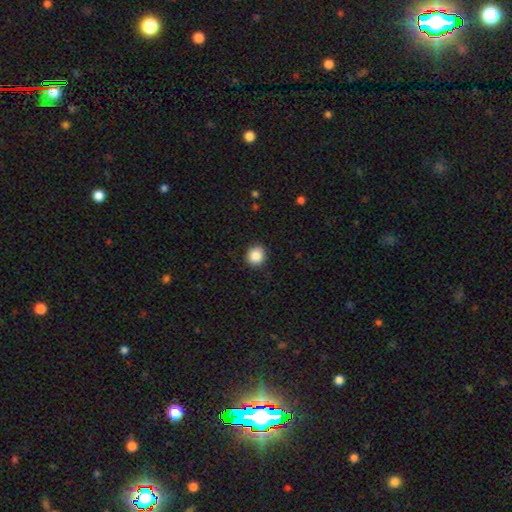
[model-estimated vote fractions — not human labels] smooth_or_featured: smooth (p=0.88) [alt: star or artifact p=0.09]
how_rounded: round (p=0.84) [alt: in between p=0.15]
merging: none (p=0.90) [alt: minor disturbance p=0.07]